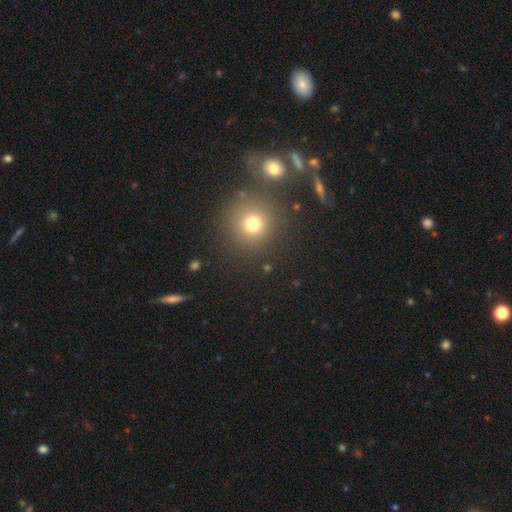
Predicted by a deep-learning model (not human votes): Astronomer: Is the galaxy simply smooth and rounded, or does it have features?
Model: smooth — 56% (runner-up: star or artifact, 34%).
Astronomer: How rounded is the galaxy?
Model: round — 92%.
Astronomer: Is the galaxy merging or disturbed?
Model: none — 79%.